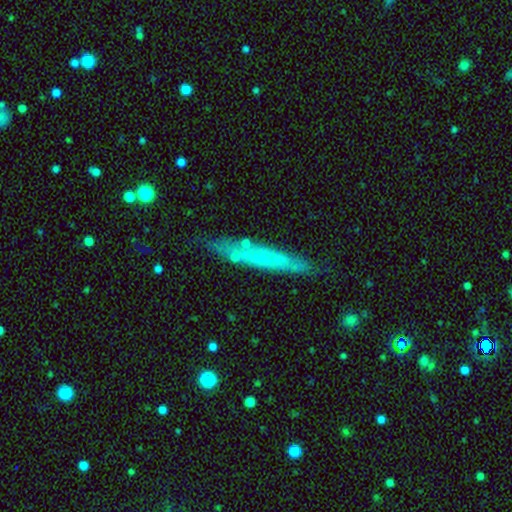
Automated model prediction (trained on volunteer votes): The model was most divided on "smooth or featured": featured or disk: 47%, smooth: 45%, star or artifact: 8%. More confident: merging — none (79%).